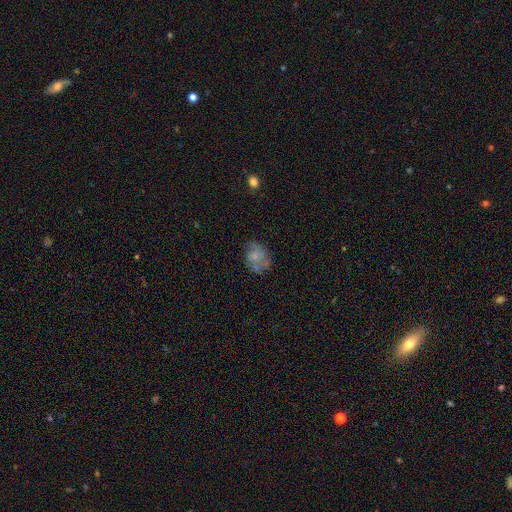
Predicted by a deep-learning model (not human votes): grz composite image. It shows a smooth galaxy with no disk features (47%). Merging: none (51%).